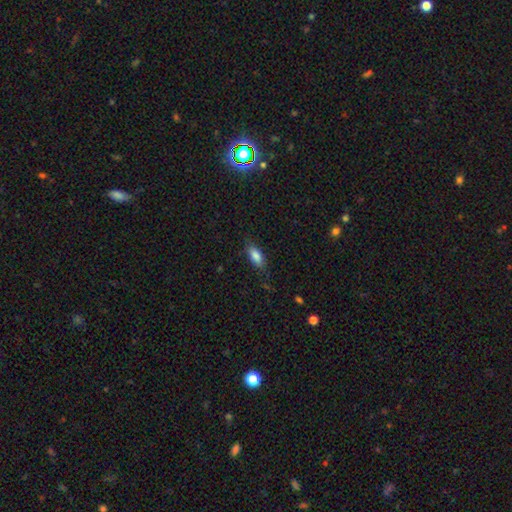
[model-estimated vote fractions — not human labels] Q: Smooth or featured?
A: smooth (83%); runner-up: featured or disk (10%)
Q: How rounded?
A: in between (79%); runner-up: cigar-shaped (19%)
Q: Merging?
A: none (78%); runner-up: minor disturbance (16%)